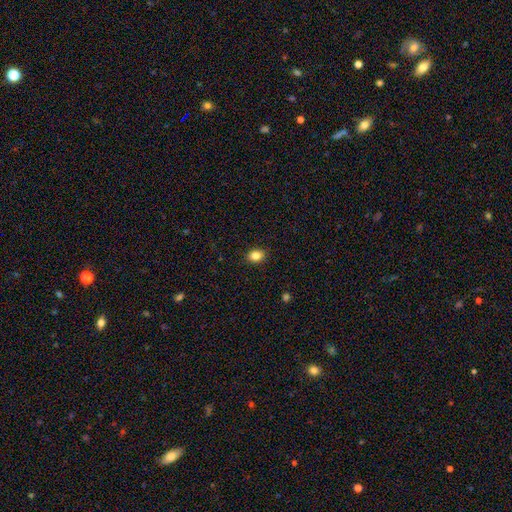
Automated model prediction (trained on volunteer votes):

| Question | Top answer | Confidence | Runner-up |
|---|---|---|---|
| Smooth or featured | smooth | 85% | star or artifact (10%) |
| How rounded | in between | 64% | round (35%) |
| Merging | none | 90% | minor disturbance (8%) |